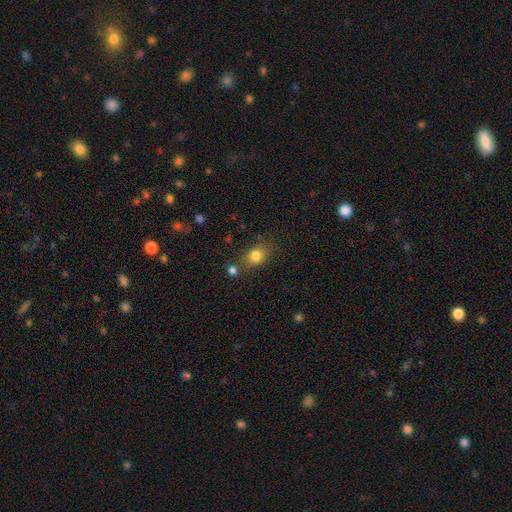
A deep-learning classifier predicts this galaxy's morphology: A smooth galaxy with no disk features (81%) that is in between round and cigar-shaped (55%). Merging: none (69%).